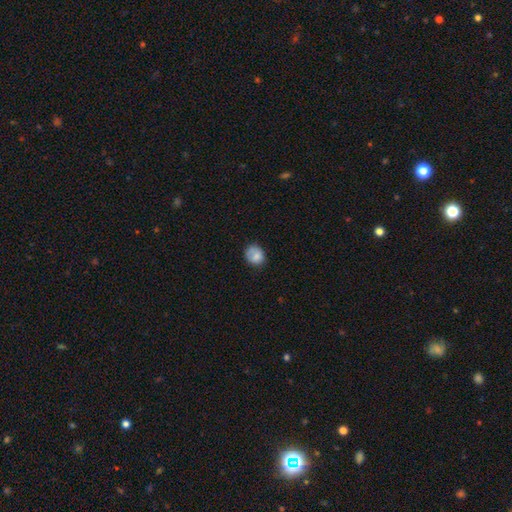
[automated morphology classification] Overall: smooth (80%). How rounded: round (67%; in between 32%). Merging: none (65%).